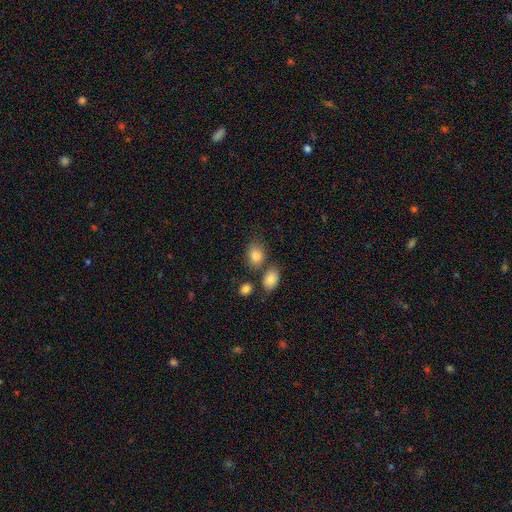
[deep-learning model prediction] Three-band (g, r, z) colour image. It shows a smooth galaxy with no disk features (84%) that is in between round and cigar-shaped (59%). Merging: none (62%).